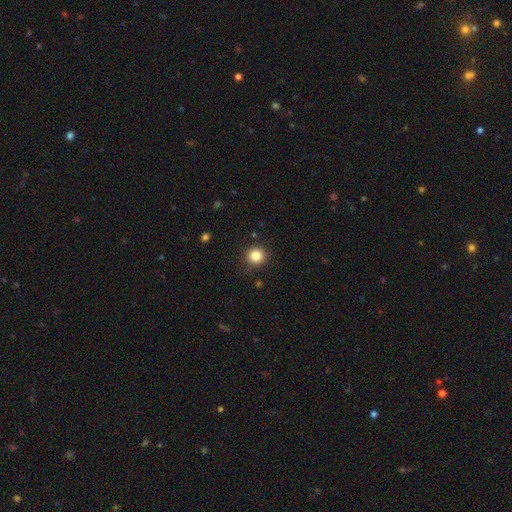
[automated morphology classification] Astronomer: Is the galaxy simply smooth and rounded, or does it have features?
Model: smooth — 83%.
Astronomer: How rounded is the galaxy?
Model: round — 93%.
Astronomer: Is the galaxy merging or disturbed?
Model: none — 87%.